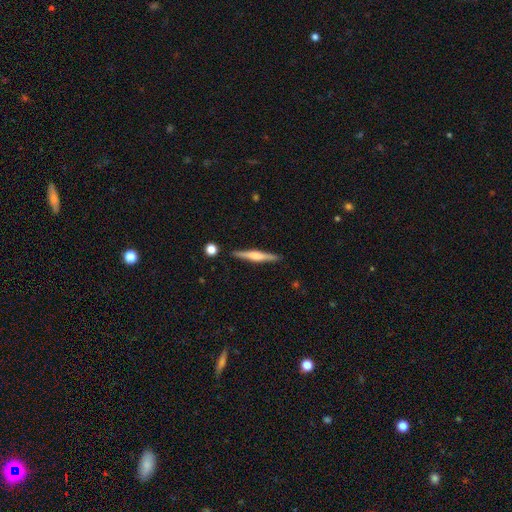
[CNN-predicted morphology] Smooth or featured? Predicted: featured or disk (p=0.64). Edge-on disk? Predicted: yes (p=0.98). Edge-on bulge? Predicted: rounded (p=0.66). Merging? Predicted: none (p=0.89).